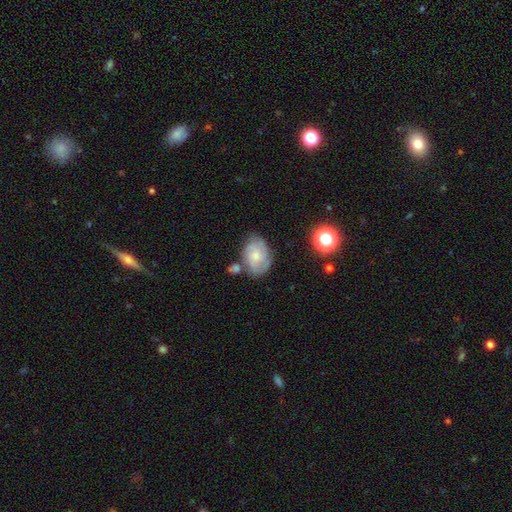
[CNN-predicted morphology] smooth-or-featured: featured or disk: 48% | smooth: 44% | star or artifact: 8%
  merging: none: 58% | minor disturbance: 24% | merger: 10% | major disturbance: 8%